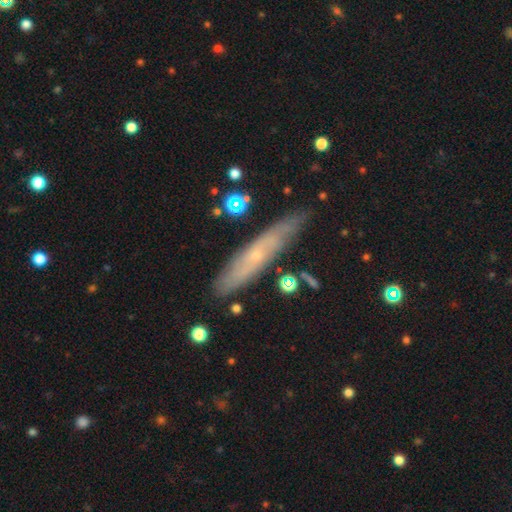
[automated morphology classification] This appears to be a featured or disk galaxy (59%) viewed edge-on (55%). Merging: none (83%).